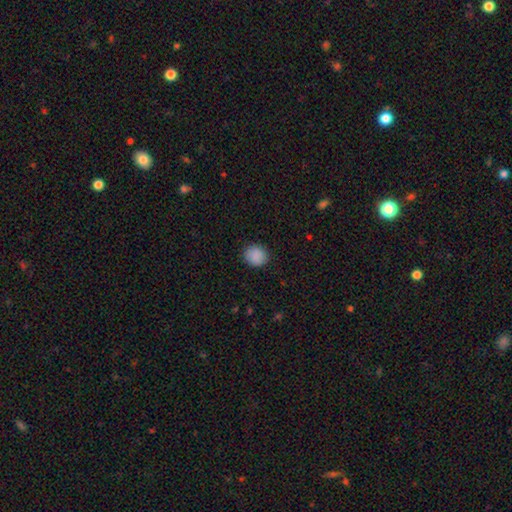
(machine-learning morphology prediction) Q: Smooth or featured?
A: smooth (89%); runner-up: star or artifact (8%)
Q: How rounded?
A: round (84%); runner-up: in between (15%)
Q: Merging?
A: none (89%); runner-up: minor disturbance (8%)